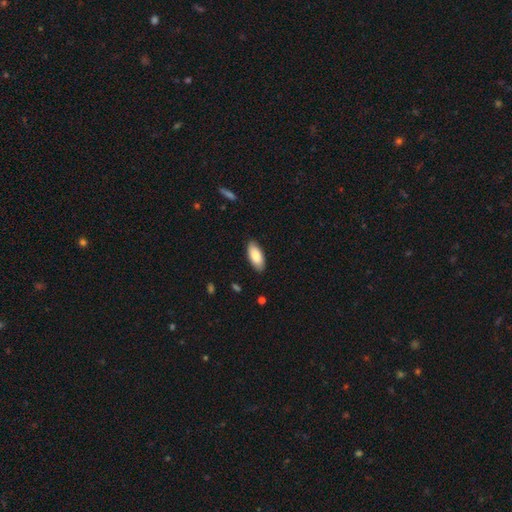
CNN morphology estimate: This appears to be a smooth galaxy with no disk features (87%) that is in between round and cigar-shaped (89%). Merging: none (87%).